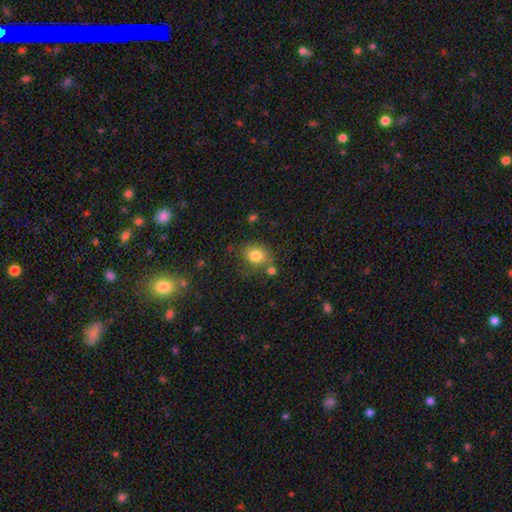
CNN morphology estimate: Q: Smooth or featured?
A: smooth (78%); runner-up: featured or disk (11%)
Q: How rounded?
A: round (62%); runner-up: in between (37%)
Q: Merging?
A: none (56%); runner-up: minor disturbance (21%)